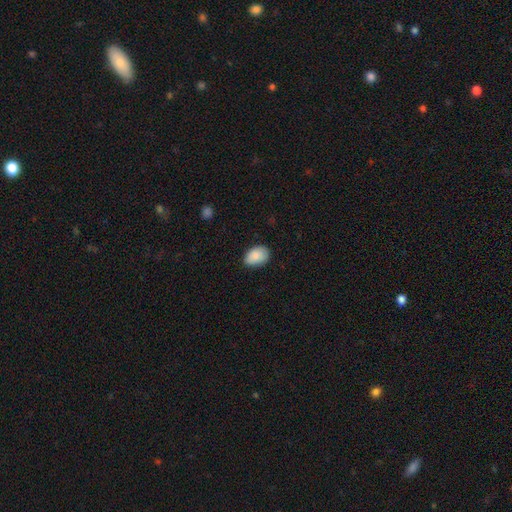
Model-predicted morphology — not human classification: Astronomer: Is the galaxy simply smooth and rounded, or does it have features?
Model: smooth — 88%.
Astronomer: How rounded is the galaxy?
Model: in between — 86%.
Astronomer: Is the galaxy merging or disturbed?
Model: none — 77%.